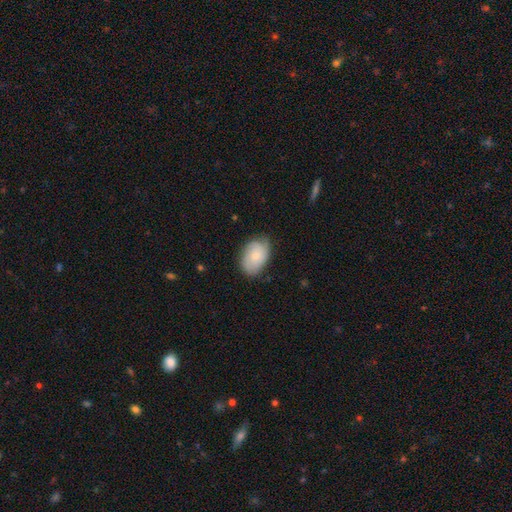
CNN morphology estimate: smooth 61%, featured or disk 33%, star or artifact 6%. Down the decision tree: how rounded — in between (86%); merging — none (70%).